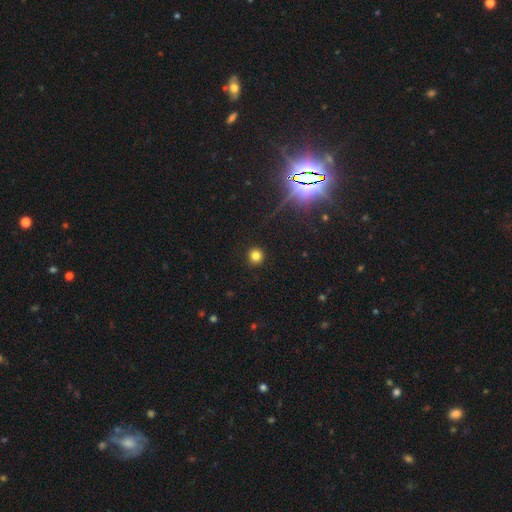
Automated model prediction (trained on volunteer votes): Smooth or featured? Predicted: smooth (p=0.80). How rounded? Predicted: round (p=0.94). Merging? Predicted: none (p=0.92).